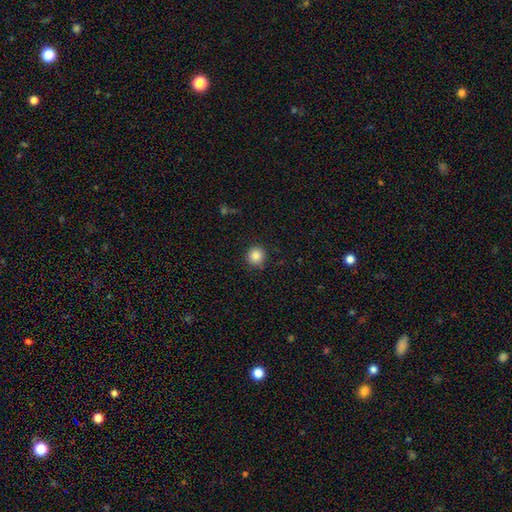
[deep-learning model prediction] This appears to be a smooth galaxy with no disk features (85%) that is round (93%). Merging: none (88%).